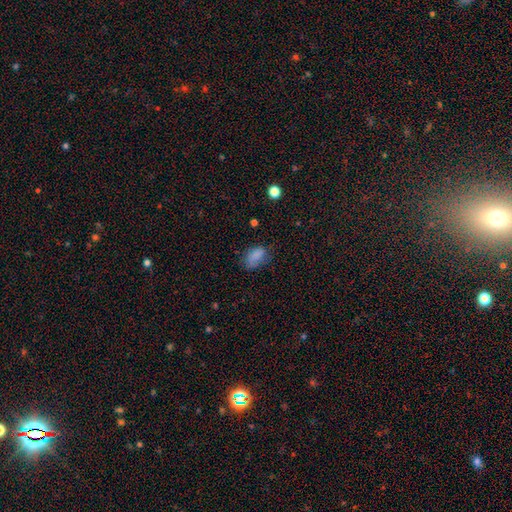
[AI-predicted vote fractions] Morphology: type=smooth (82%); roundness=in between (87%); merging=none (57%).